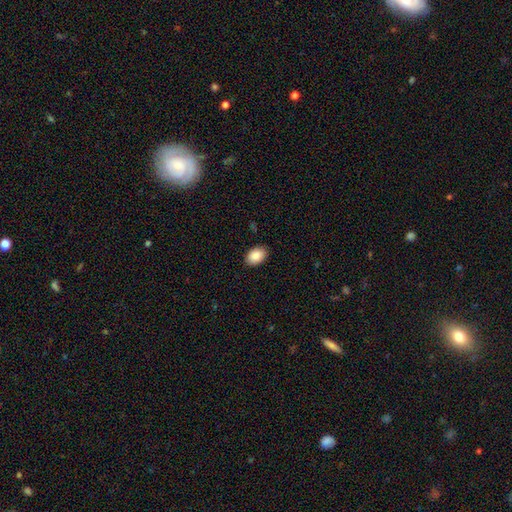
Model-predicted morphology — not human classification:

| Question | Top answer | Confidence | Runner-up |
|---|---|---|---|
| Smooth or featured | smooth | 88% | star or artifact (7%) |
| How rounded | in between | 86% | round (13%) |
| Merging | none | 88% | minor disturbance (9%) |